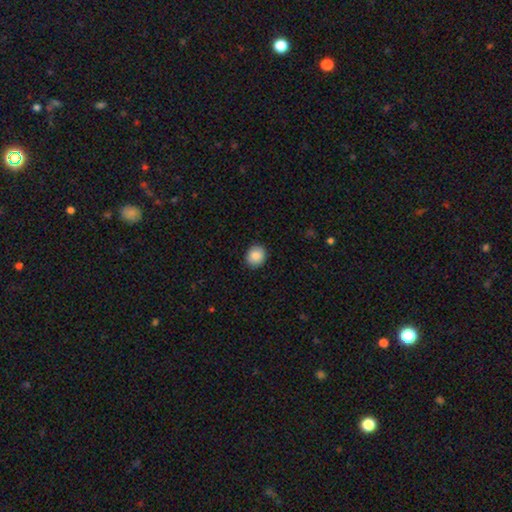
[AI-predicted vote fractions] A smooth galaxy with no disk features (88%) that is round (75%). Merging: none (90%).